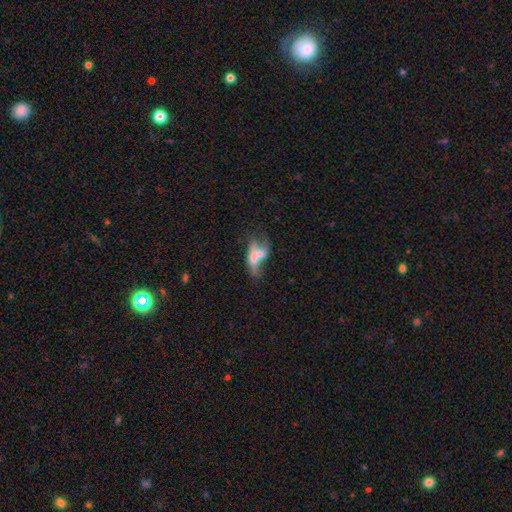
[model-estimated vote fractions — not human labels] This appears to be a featured or disk galaxy (46%). Merging: merger (59%).